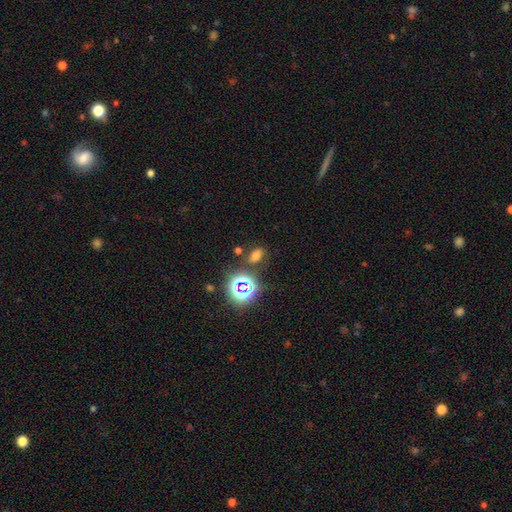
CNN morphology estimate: Smooth or featured: smooth — 56% (star or artifact — 34%)
How rounded: in between — 78% (round — 19%)
Merging: none — 73% (minor disturbance — 14%)